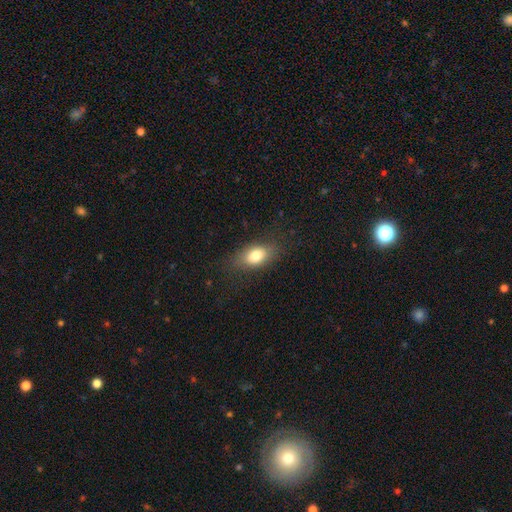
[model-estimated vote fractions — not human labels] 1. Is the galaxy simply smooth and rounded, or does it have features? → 76% smooth, 15% featured or disk, 9% star or artifact.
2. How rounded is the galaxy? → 82% in between, 12% round, 6% cigar-shaped.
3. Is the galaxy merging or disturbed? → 78% none, 15% minor disturbance, 6% major disturbance, 1% merger.